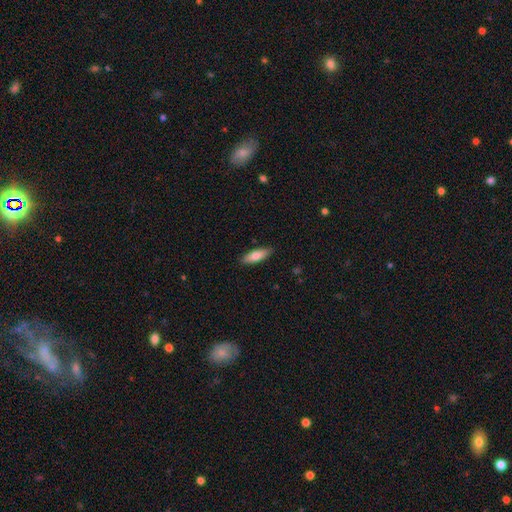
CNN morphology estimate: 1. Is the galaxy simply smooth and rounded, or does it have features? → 76% smooth, 18% featured or disk, 6% star or artifact.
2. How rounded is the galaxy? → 53% in between, 45% cigar-shaped, 2% round.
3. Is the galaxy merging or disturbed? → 88% none, 9% minor disturbance, 2% major disturbance, 1% merger.